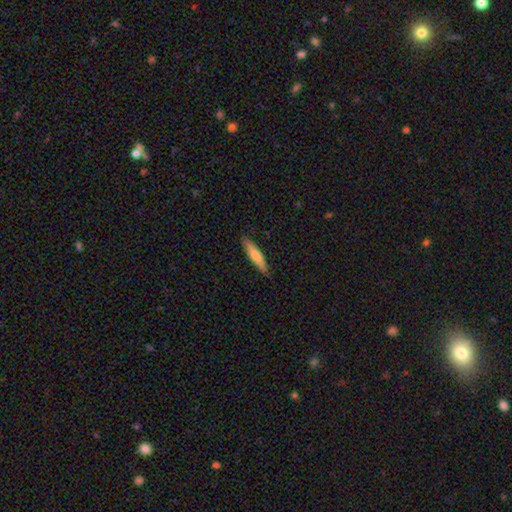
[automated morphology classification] smooth 68%, featured or disk 26%, star or artifact 5%. Down the decision tree: how rounded — cigar-shaped (86%); merging — none (86%).